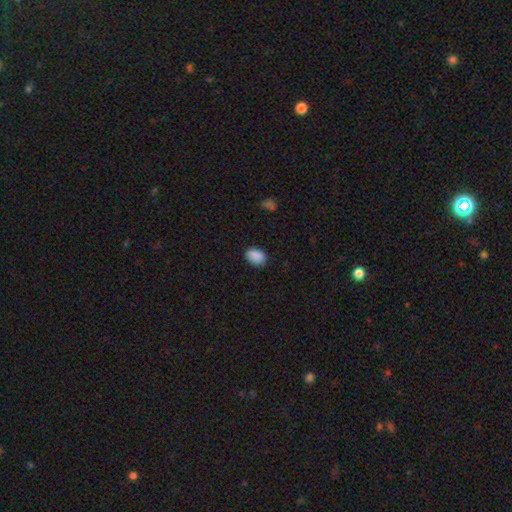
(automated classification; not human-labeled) A smooth galaxy with no disk features (89%) that is in between round and cigar-shaped (81%). Merging: none (86%).